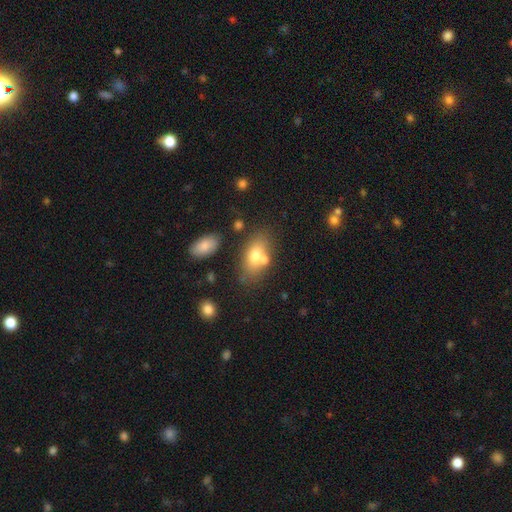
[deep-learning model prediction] Smooth or featured?
  - smooth: 69% *
  - featured or disk: 21%
  - star or artifact: 10%
How rounded?
  - in between: 84% *
  - round: 11%
  - cigar-shaped: 5%
Merging?
  - none: 54% *
  - merger: 27%
  - minor disturbance: 14%
  - major disturbance: 5%